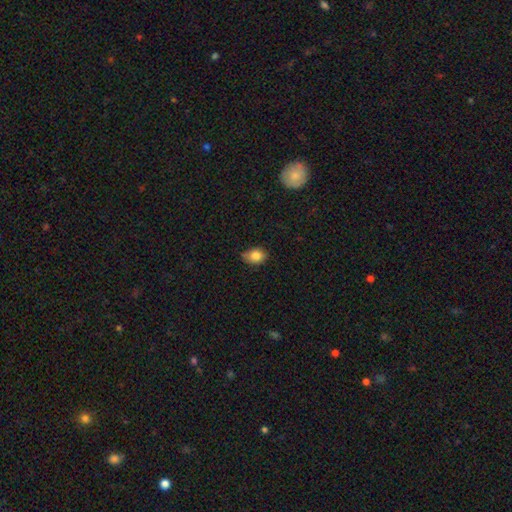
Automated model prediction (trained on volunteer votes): Smooth or featured: smooth — 82% (star or artifact — 10%)
How rounded: in between — 60% (round — 39%)
Merging: none — 66% (minor disturbance — 28%)